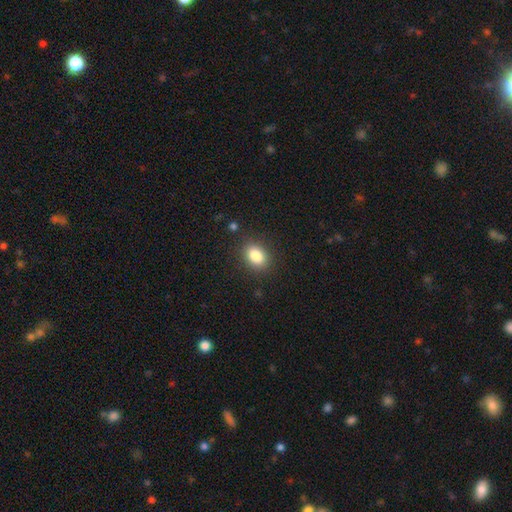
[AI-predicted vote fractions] smooth-or-featured: smooth: 85% | star or artifact: 10% | featured or disk: 6%
  how-rounded: in between: 70% | round: 29% | cigar-shaped: 1%
  merging: none: 87% | minor disturbance: 9% | major disturbance: 3% | merger: 1%